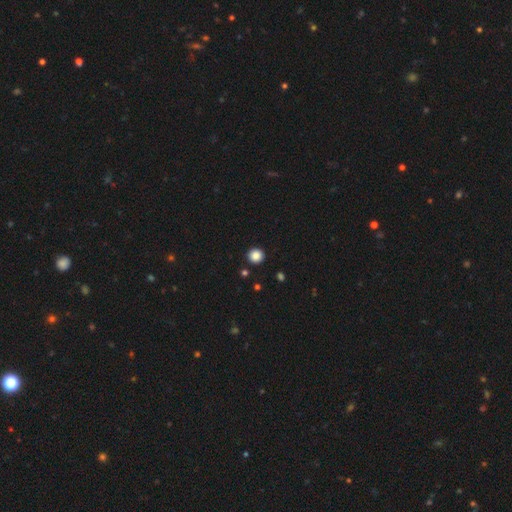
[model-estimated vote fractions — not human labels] The model was most divided on "smooth or featured": smooth: 87%, star or artifact: 10%, featured or disk: 3%. More confident: how rounded — round (94%); merging — none (93%).